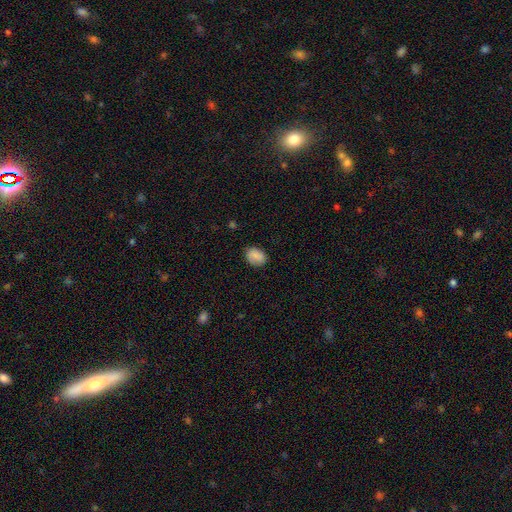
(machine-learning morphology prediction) Q: Smooth or featured?
A: smooth (85%); runner-up: star or artifact (8%)
Q: How rounded?
A: in between (70%); runner-up: round (29%)
Q: Merging?
A: none (80%); runner-up: minor disturbance (16%)